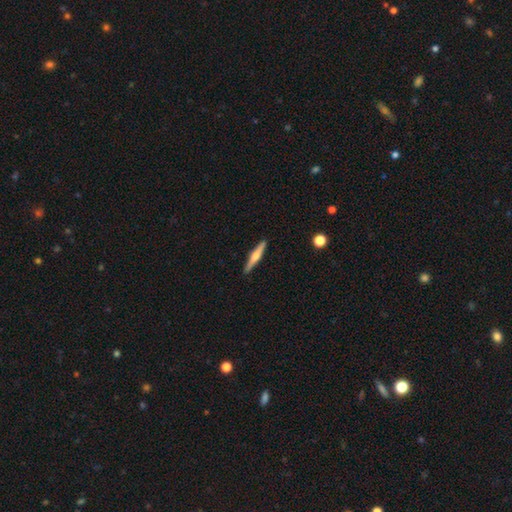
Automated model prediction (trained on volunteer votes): Q: Smooth or featured?
A: featured or disk (61%); runner-up: smooth (34%)
Q: Edge-on disk?
A: yes (98%); runner-up: no (2%)
Q: Edge-on bulge?
A: rounded (86%); runner-up: boxy (7%)
Q: Merging?
A: none (91%); runner-up: minor disturbance (6%)